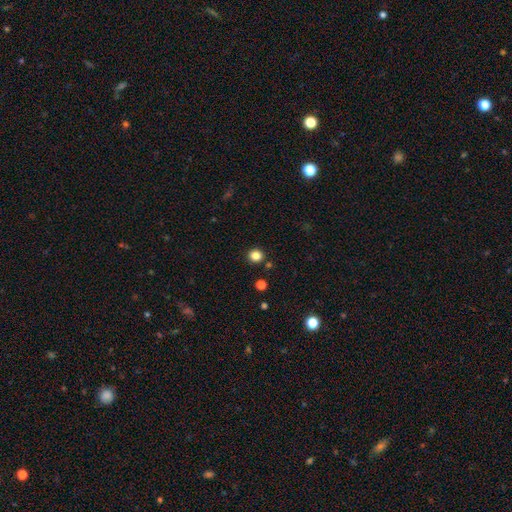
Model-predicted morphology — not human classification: smooth 83%, star or artifact 12%, featured or disk 4%. Down the decision tree: how rounded — round (86%); merging — none (89%).